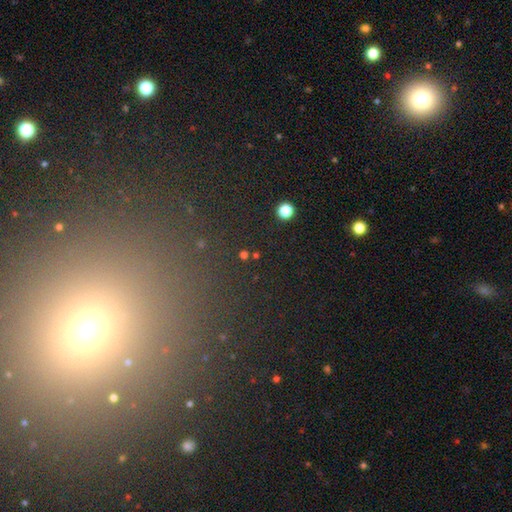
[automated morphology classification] Q: Smooth or featured?
A: star or artifact (54%); runner-up: smooth (34%)